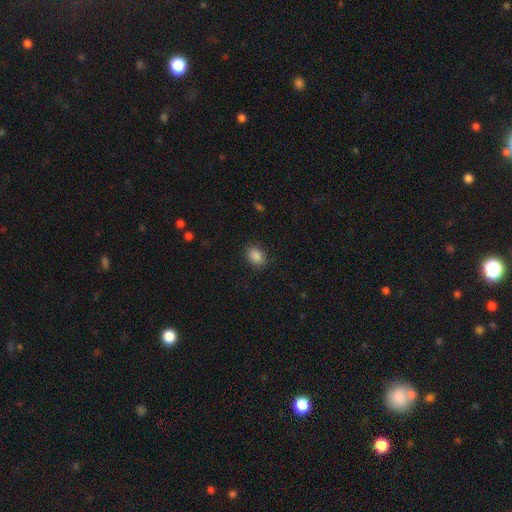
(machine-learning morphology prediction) Smooth or featured? Predicted: smooth (p=0.88). How rounded? Predicted: in between (p=0.71). Merging? Predicted: none (p=0.86).